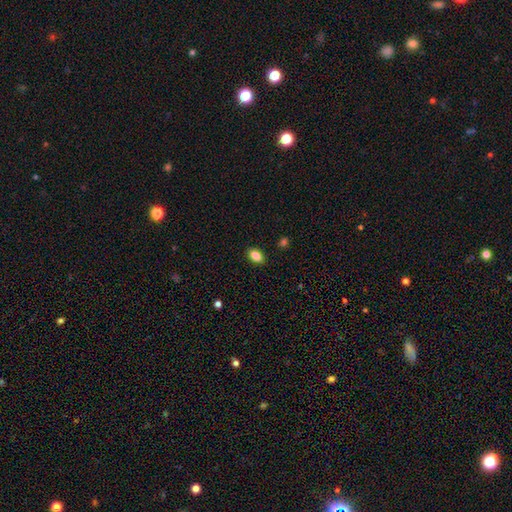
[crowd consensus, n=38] smooth_or_featured: smooth (p=0.82) [alt: star or artifact p=0.11]
how_rounded: in between (p=0.81) [alt: round p=0.13]
merging: none (p=0.85) [alt: major disturbance p=0.09]